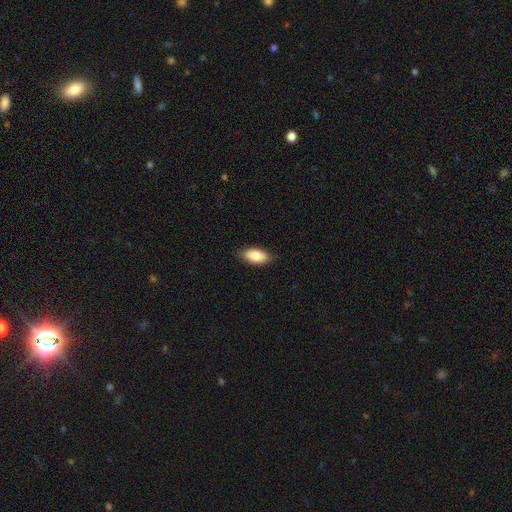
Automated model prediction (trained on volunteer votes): The model was most divided on "merging": none: 85%, minor disturbance: 12%, major disturbance: 2%, merger: 1%. More confident: how rounded — in between (92%); smooth or featured — smooth (84%).